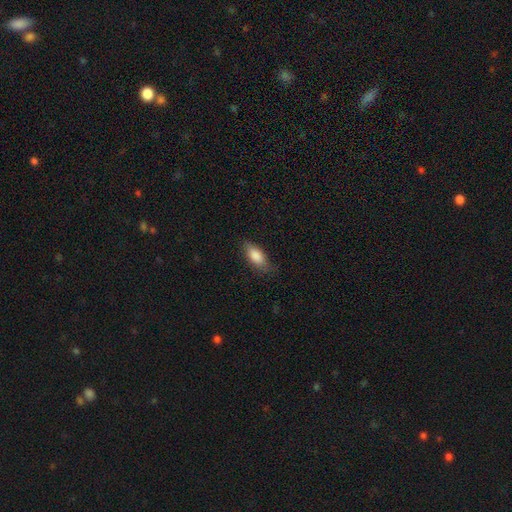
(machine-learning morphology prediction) Q: Smooth or featured?
A: smooth (84%); runner-up: featured or disk (9%)
Q: How rounded?
A: in between (84%); runner-up: cigar-shaped (14%)
Q: Merging?
A: none (74%); runner-up: minor disturbance (20%)